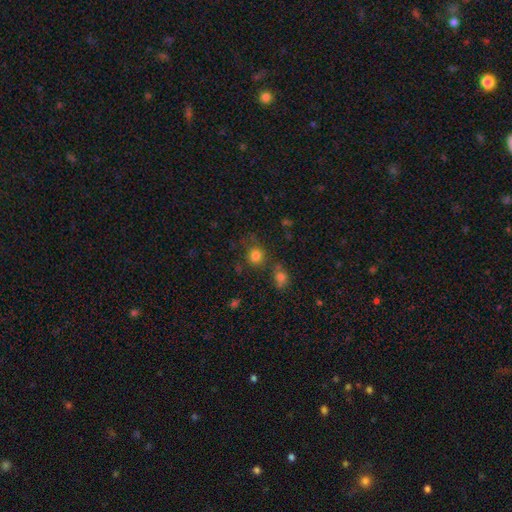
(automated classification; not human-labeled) This appears to be a smooth galaxy with no disk features (80%) that is round (84%). Merging: none (67%).